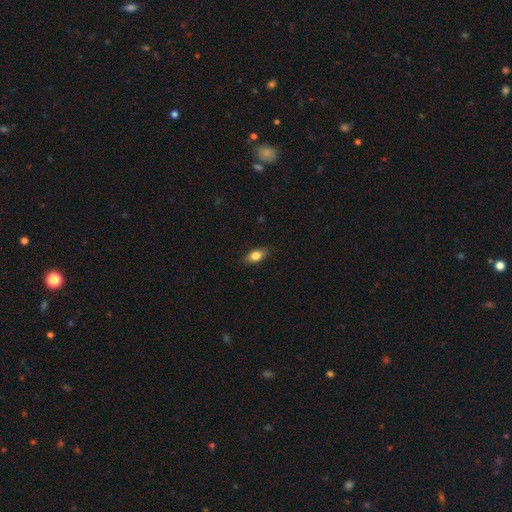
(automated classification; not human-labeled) Smooth or featured: smooth — 82% (featured or disk — 10%)
How rounded: in between — 86% (cigar-shaped — 7%)
Merging: none — 86% (minor disturbance — 11%)